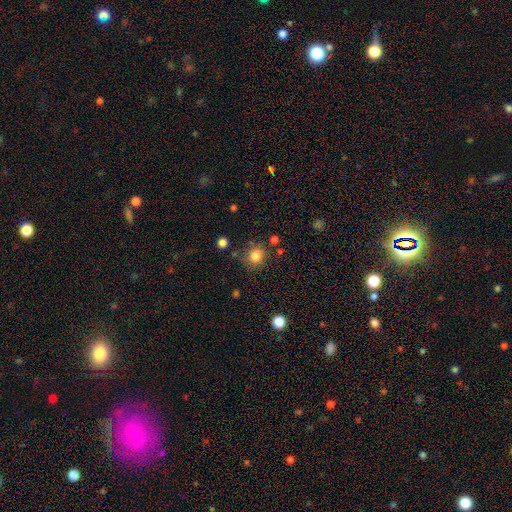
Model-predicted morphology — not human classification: Q: Smooth or featured?
A: smooth (82%); runner-up: star or artifact (12%)
Q: How rounded?
A: round (83%); runner-up: in between (16%)
Q: Merging?
A: none (78%); runner-up: minor disturbance (13%)